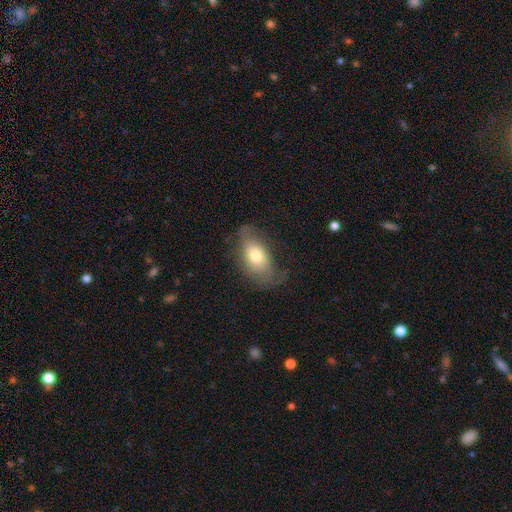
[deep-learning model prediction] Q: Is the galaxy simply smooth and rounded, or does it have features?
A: smooth — 63%.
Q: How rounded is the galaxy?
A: in between — 89%.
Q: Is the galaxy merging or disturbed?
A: none — 51%.